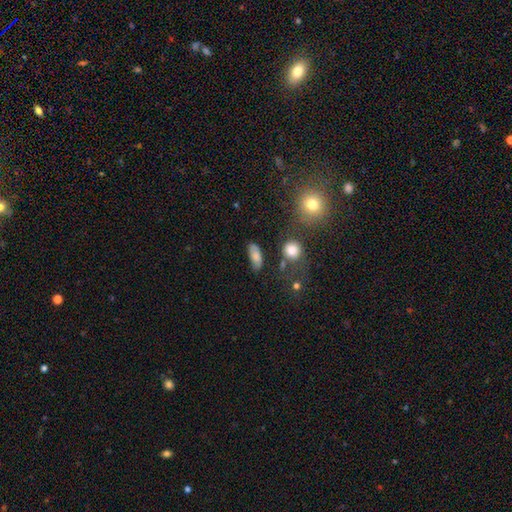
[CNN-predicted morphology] Smooth or featured?
  - smooth: 78% *
  - featured or disk: 13%
  - star or artifact: 10%
How rounded?
  - in between: 81% *
  - cigar-shaped: 13%
  - round: 6%
Merging?
  - none: 67% *
  - minor disturbance: 20%
  - major disturbance: 7%
  - merger: 6%